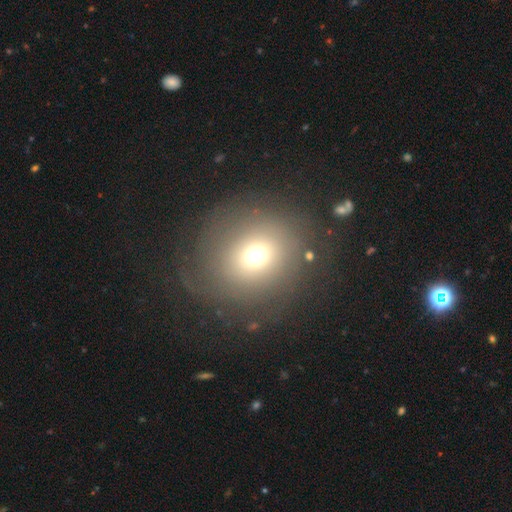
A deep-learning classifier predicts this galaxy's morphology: A smooth galaxy with no disk features (67%) that is round (85%).

Vote fractions:
- Smooth or featured? smooth: 67% / featured or disk: 17% / star or artifact: 16%
- How rounded? round: 85% / in between: 14% / cigar-shaped: 1%
- Merging? none: 70% / minor disturbance: 14% / major disturbance: 14% / merger: 2%